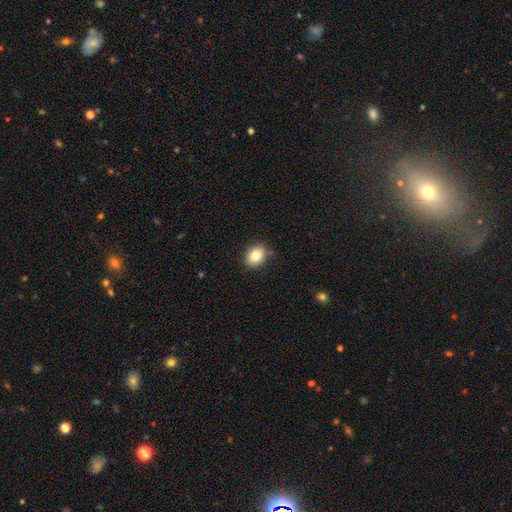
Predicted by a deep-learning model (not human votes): smooth 83%, star or artifact 9%, featured or disk 8%. Down the decision tree: how rounded — in between (59%); merging — none (85%).